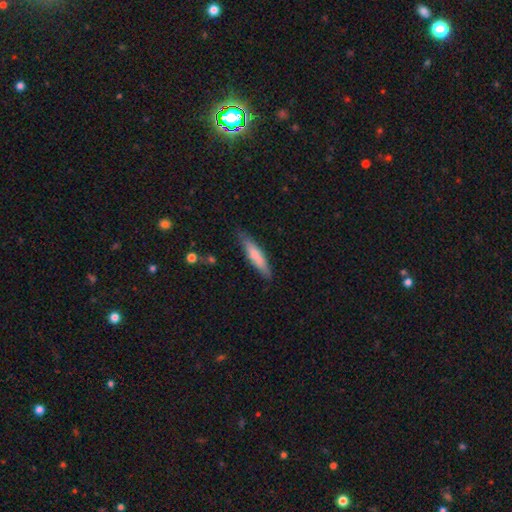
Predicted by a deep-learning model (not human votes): Smooth or featured? Predicted: smooth (p=0.73). How rounded? Predicted: cigar-shaped (p=0.83). Merging? Predicted: none (p=0.82).